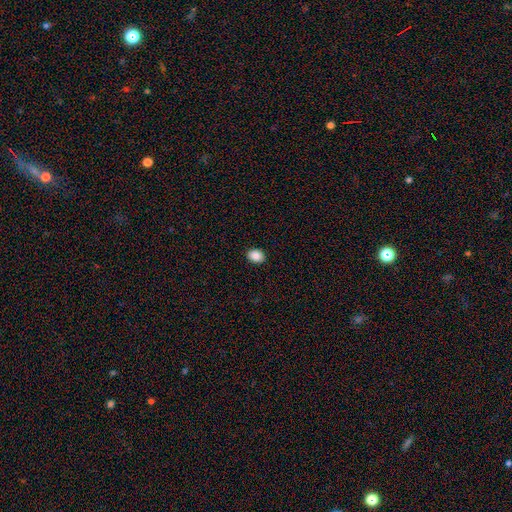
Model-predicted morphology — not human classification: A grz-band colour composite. It shows a smooth galaxy with no disk features (88%) that is in between round and cigar-shaped (65%). Merging: none (91%).